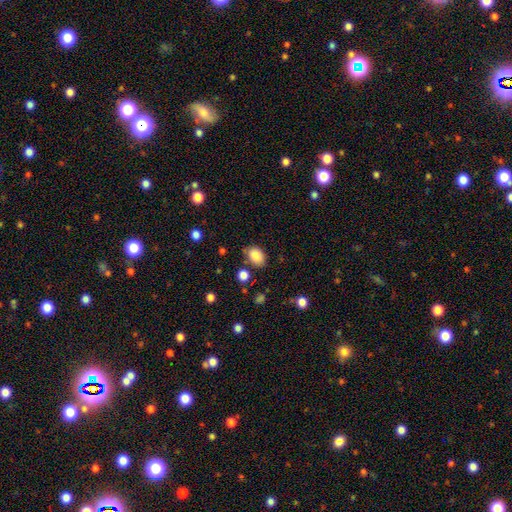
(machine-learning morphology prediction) A smooth galaxy with no disk features (87%) that is in between round and cigar-shaped (78%). Merging: none (74%).